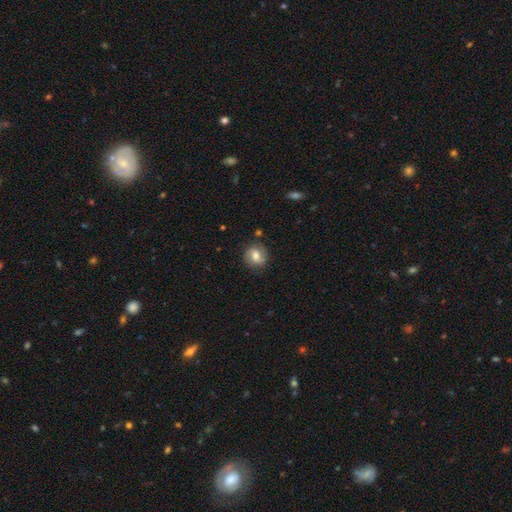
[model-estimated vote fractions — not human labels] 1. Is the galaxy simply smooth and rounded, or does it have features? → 55% smooth, 36% featured or disk, 9% star or artifact.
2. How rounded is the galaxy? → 73% round, 26% in between, 1% cigar-shaped.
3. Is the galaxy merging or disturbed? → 80% none, 14% minor disturbance, 4% major disturbance, 2% merger.